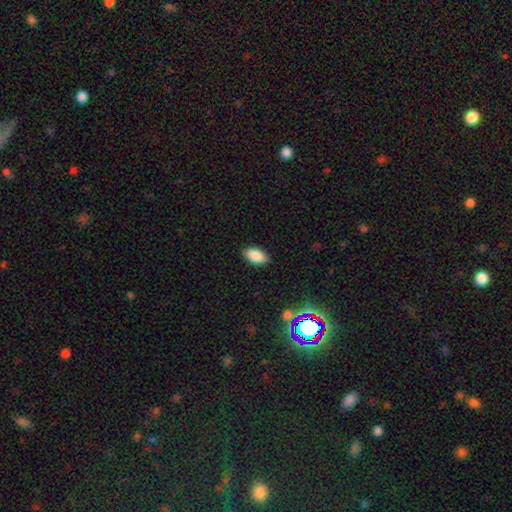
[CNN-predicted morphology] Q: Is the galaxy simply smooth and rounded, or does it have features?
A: smooth — 87%.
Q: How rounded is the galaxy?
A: in between — 94%.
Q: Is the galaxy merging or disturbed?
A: none — 87%.